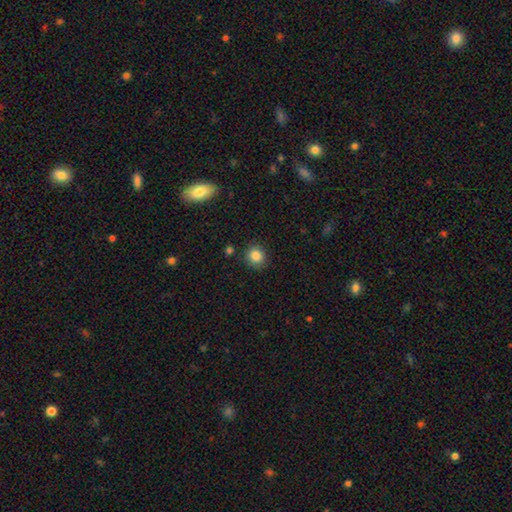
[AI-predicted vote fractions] Smooth or featured: smooth — 85% (star or artifact — 10%)
How rounded: round — 85% (in between — 14%)
Merging: none — 86% (minor disturbance — 9%)